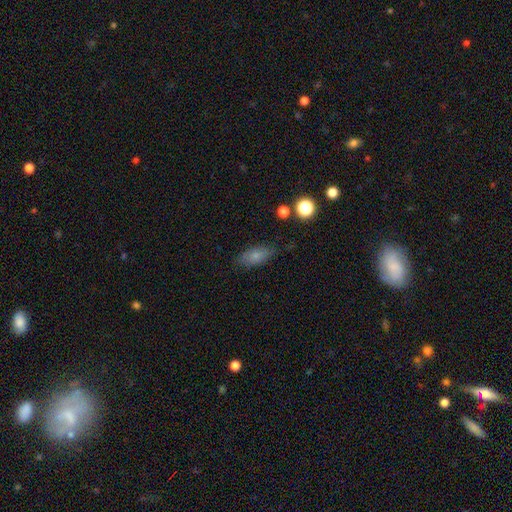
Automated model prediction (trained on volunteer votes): smooth 76%, featured or disk 15%, star or artifact 9%. Down the decision tree: how rounded — in between (83%); merging — none (76%).